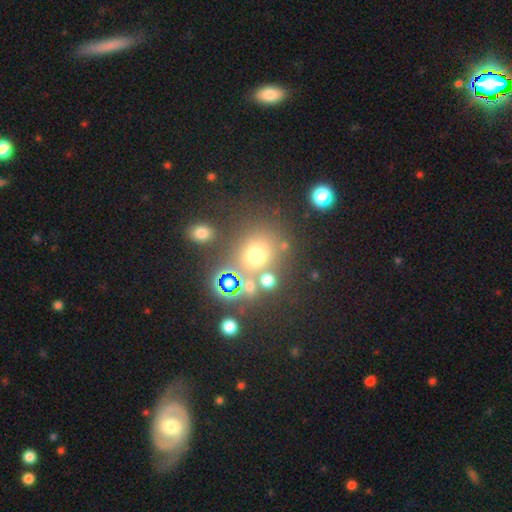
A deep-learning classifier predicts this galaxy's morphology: A smooth galaxy with no disk features (62%) that is round (74%). Merging: none (65%).